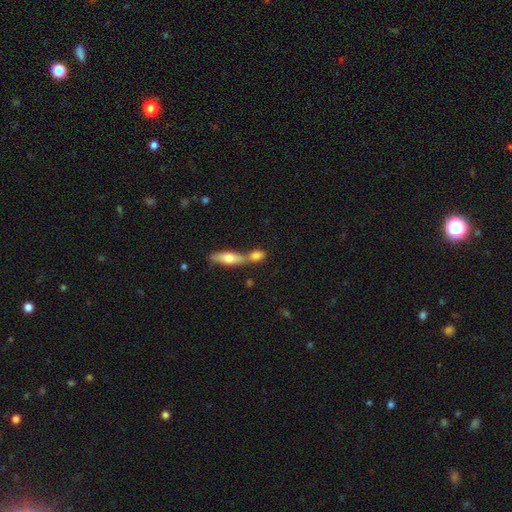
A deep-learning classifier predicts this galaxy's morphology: Smooth or featured?
  - smooth: 67% *
  - featured or disk: 24%
  - star or artifact: 9%
How rounded?
  - in between: 49% *
  - cigar-shaped: 34%
  - round: 17%
Merging?
  - merger: 50% *
  - none: 39%
  - minor disturbance: 8%
  - major disturbance: 3%